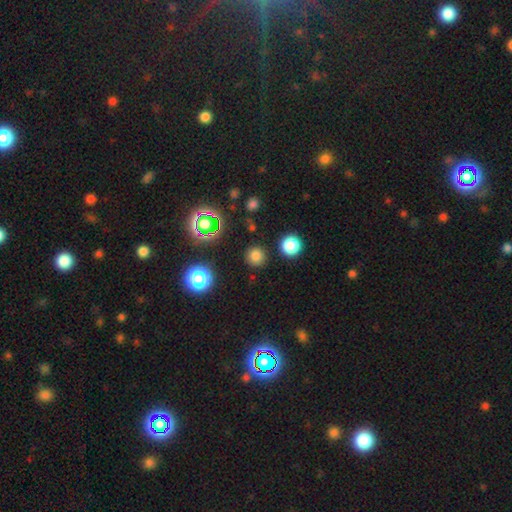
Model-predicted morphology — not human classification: A smooth galaxy with no disk features (73%) that is round (94%).

Vote fractions:
- Smooth or featured? smooth: 73% / star or artifact: 22% / featured or disk: 5%
- How rounded? round: 94% / in between: 5% / cigar-shaped: 1%
- Merging? none: 89% / minor disturbance: 6% / major disturbance: 3% / merger: 2%